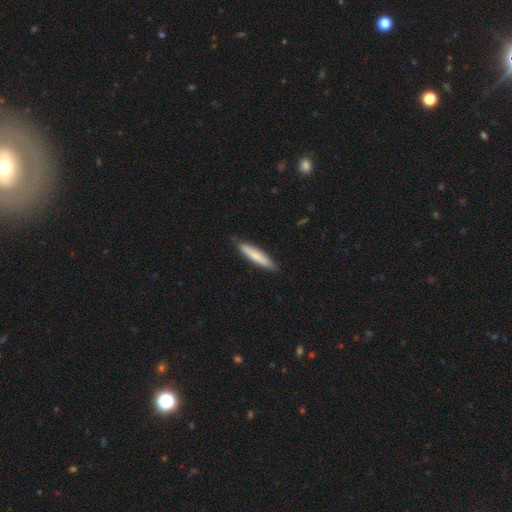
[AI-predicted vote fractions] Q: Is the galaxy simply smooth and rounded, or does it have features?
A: smooth — 73%.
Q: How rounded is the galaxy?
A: cigar-shaped — 90%.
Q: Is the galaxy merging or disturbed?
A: none — 85%.